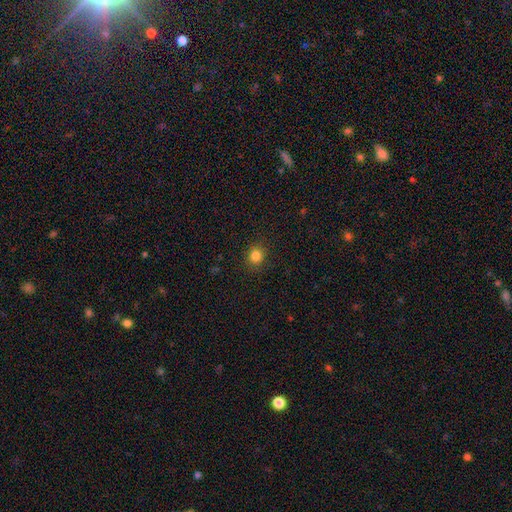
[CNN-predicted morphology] Overall: smooth (83%). How rounded: round (85%). Merging: none (89%).